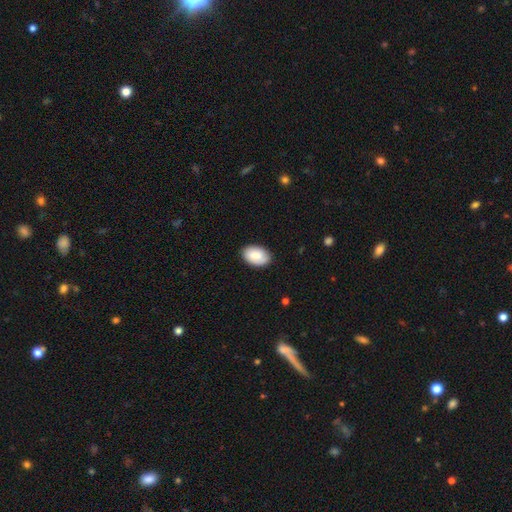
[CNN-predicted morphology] Smooth or featured: smooth — 85% (featured or disk — 9%)
How rounded: in between — 91% (round — 8%)
Merging: none — 86% (minor disturbance — 11%)